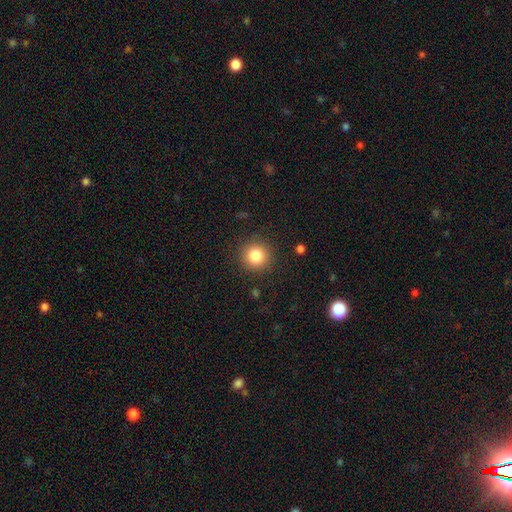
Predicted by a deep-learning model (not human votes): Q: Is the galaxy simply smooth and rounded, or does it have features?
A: smooth — 83%.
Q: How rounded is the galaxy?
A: round — 94%.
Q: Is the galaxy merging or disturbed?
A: none — 90%.